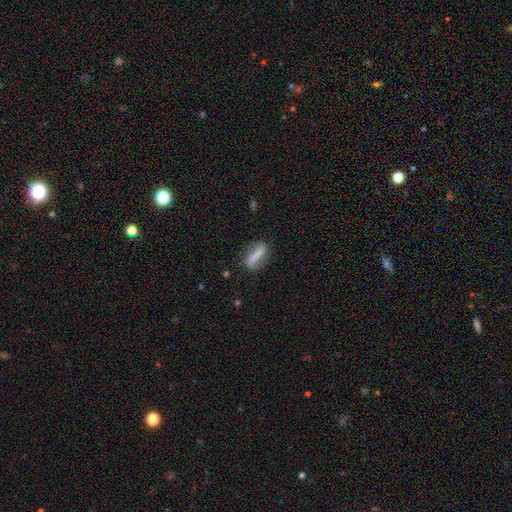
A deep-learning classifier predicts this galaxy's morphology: A smooth galaxy with no disk features (56%) that is cigar-shaped (56%). Merging: none (77%).